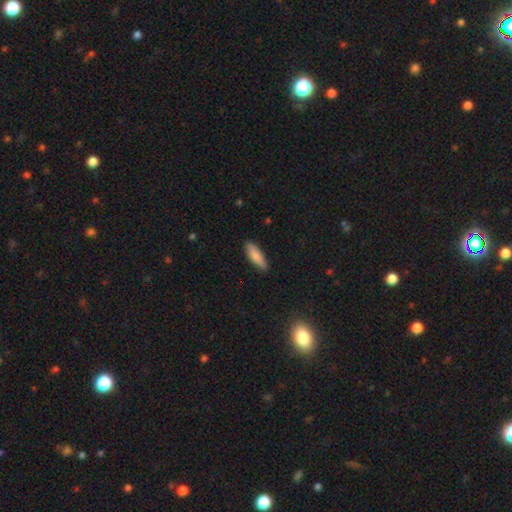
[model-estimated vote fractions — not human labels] smooth 84%, featured or disk 10%, star or artifact 6%. Down the decision tree: how rounded — in between (51%); merging — none (86%).